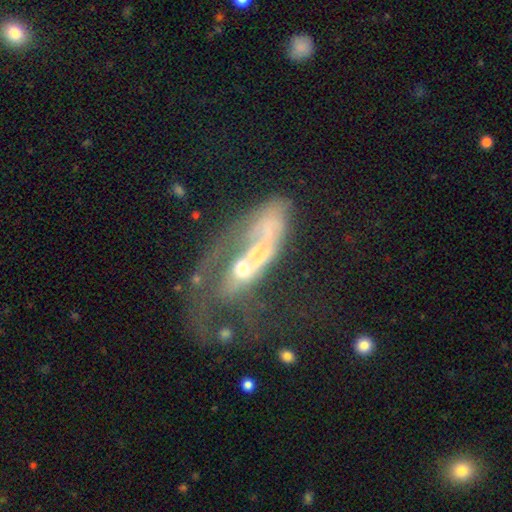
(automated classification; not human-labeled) smooth-or-featured: featured or disk: 66% | smooth: 24% | star or artifact: 10%
  disk-edge-on: no: 88% | yes: 12%
    bar: no: 73% | weak: 19% | strong: 8%
    has-spiral-arms: no: 55% | yes: 45%
    bulge-size: moderate: 50% | small: 29% | none: 10% | large: 9% | dominant: 2%
  merging: merger: 39% | major disturbance: 38% | none: 14% | minor disturbance: 9%